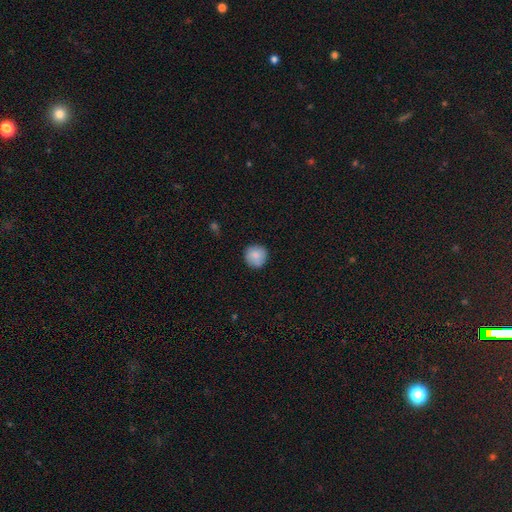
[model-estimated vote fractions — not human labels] Morphology: type=smooth (86%); roundness=round (94%); merging=none (86%).